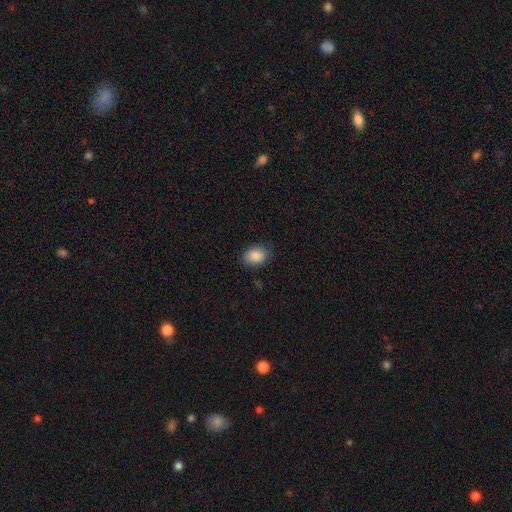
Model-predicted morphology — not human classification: This appears to be a smooth galaxy with no disk features (87%) that is in between round and cigar-shaped (75%). Merging: none (81%).